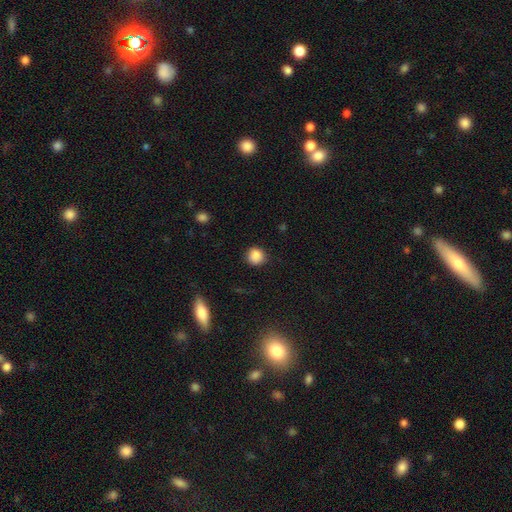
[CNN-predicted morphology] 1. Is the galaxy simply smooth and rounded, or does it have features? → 87% smooth, 10% star or artifact, 4% featured or disk.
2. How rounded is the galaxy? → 90% round, 9% in between, 1% cigar-shaped.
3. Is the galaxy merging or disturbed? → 87% none, 10% minor disturbance, 3% major disturbance, 1% merger.